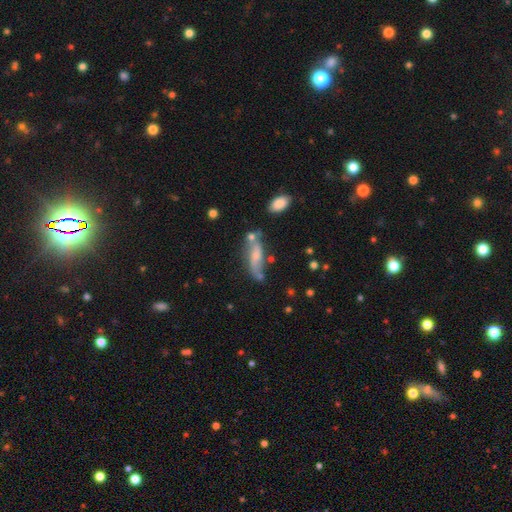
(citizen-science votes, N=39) This appears to be a smooth galaxy with no disk features (49%, tied with featured or disk) that is cigar-shaped (68%). Merging: none (32%).